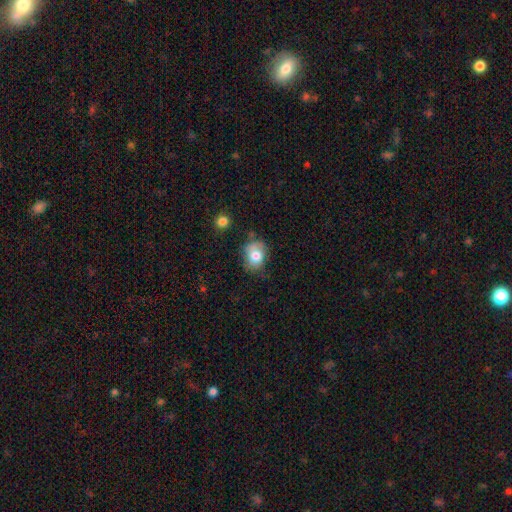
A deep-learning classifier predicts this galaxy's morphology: smooth_or_featured: smooth (p=0.75) [alt: featured or disk p=0.16]
how_rounded: round (p=0.52) [alt: in between p=0.47]
merging: none (p=0.59) [alt: minor disturbance p=0.27]